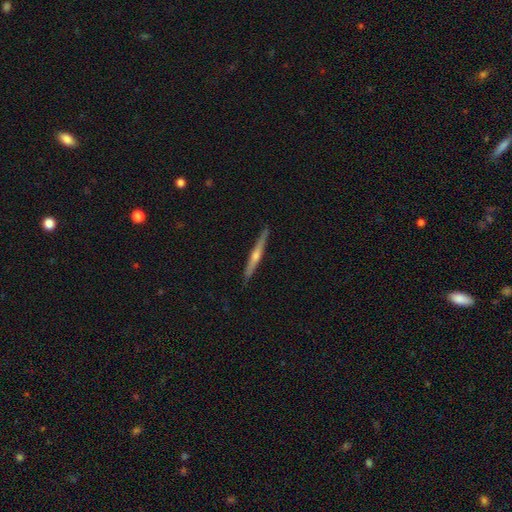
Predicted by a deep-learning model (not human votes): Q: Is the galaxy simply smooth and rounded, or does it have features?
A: featured or disk — 67%.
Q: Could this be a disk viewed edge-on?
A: yes — 98%.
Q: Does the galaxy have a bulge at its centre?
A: rounded — 79%.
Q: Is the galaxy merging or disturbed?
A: none — 90%.